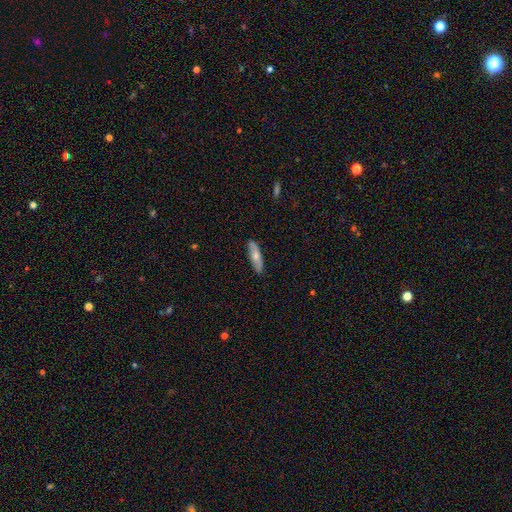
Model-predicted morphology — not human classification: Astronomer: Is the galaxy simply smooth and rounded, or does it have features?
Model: smooth — 67%.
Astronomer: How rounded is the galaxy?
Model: cigar-shaped — 65%.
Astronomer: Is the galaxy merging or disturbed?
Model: none — 87%.